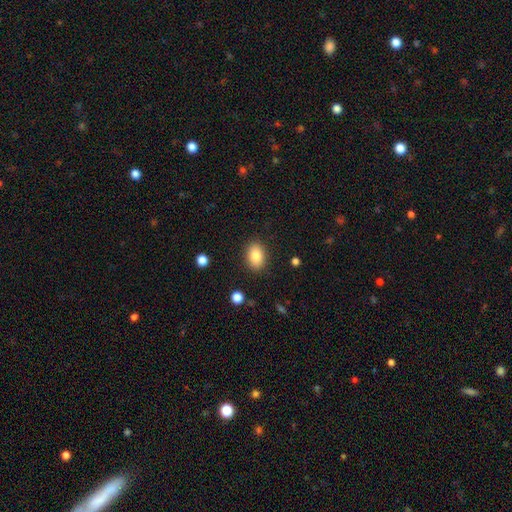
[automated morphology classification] Smooth or featured: smooth — 84% (star or artifact — 8%)
How rounded: in between — 77% (round — 22%)
Merging: none — 88% (minor disturbance — 9%)